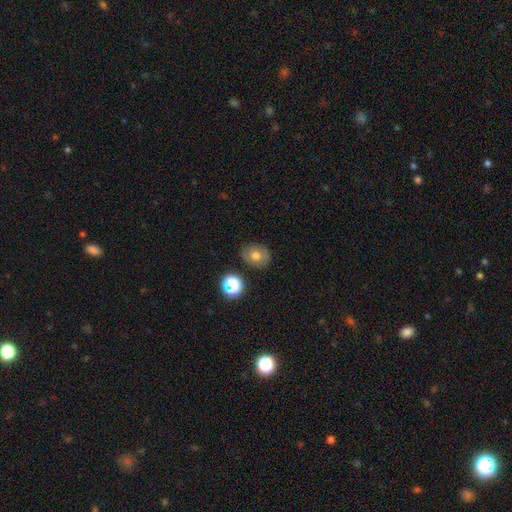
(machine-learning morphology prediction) smooth_or_featured: smooth (p=0.64) [alt: featured or disk p=0.23]
how_rounded: round (p=0.56) [alt: in between p=0.43]
merging: none (p=0.78) [alt: minor disturbance p=0.15]